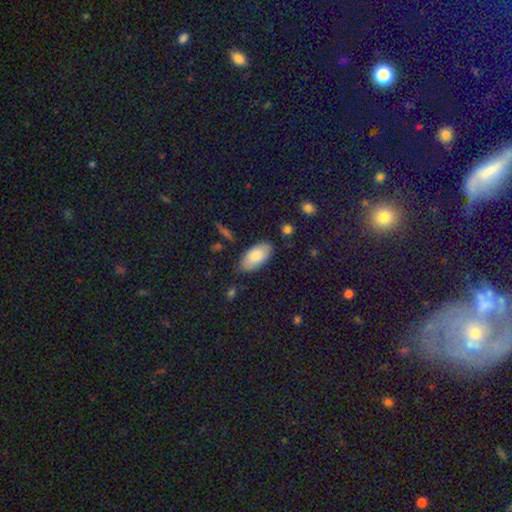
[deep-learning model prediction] Q: Smooth or featured?
A: smooth (80%); runner-up: featured or disk (13%)
Q: How rounded?
A: in between (94%); runner-up: cigar-shaped (4%)
Q: Merging?
A: none (78%); runner-up: minor disturbance (16%)